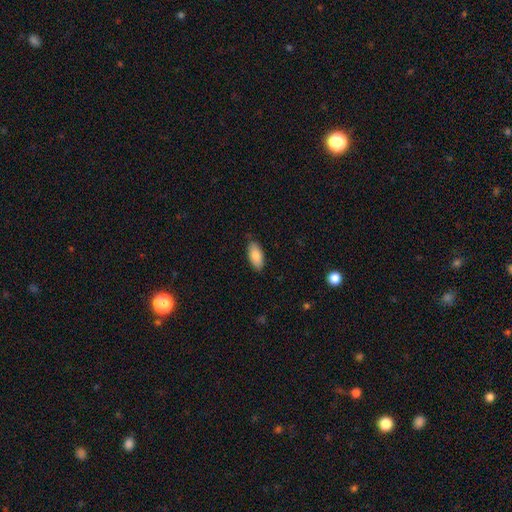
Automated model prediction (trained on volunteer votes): smooth-or-featured: smooth: 84% | featured or disk: 9% | star or artifact: 6%
  how-rounded: in between: 90% | cigar-shaped: 8% | round: 2%
  merging: none: 84% | minor disturbance: 13% | major disturbance: 2% | merger: 1%